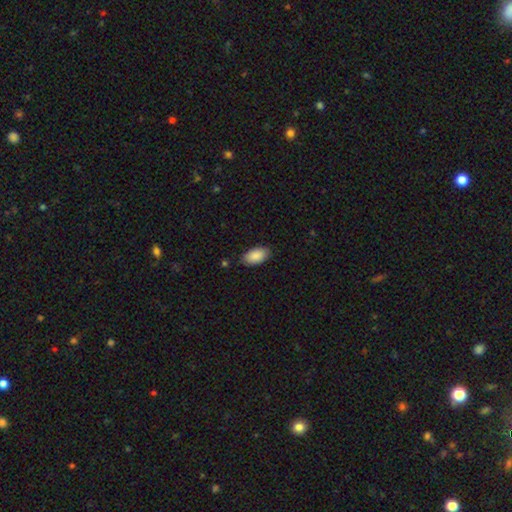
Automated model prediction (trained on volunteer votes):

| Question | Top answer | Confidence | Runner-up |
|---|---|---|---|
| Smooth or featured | smooth | 90% | star or artifact (6%) |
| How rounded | in between | 95% | round (3%) |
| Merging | none | 84% | minor disturbance (12%) |